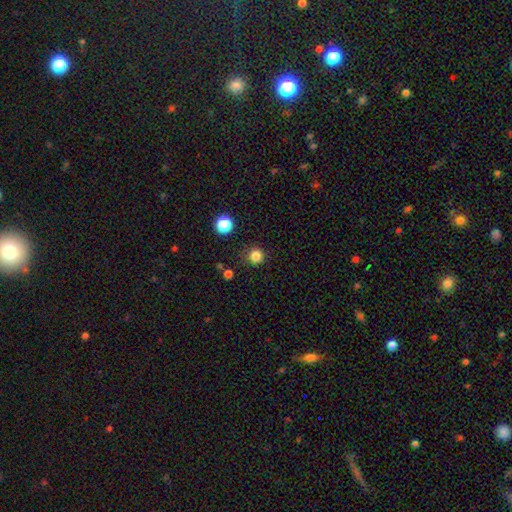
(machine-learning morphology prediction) type=smooth (83%); roundness=round (93%); merging=none (86%).